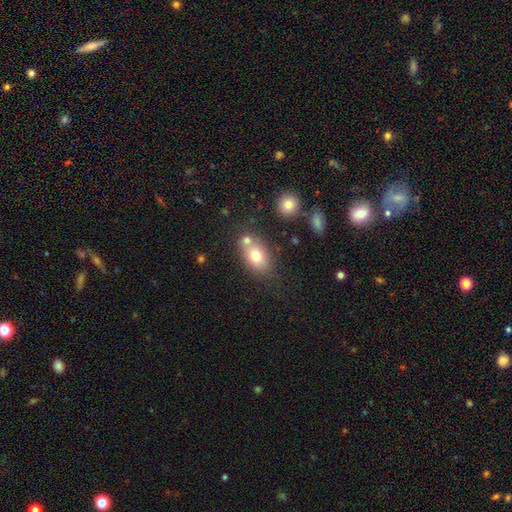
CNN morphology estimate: type=smooth (75%); roundness=in between (77%); merging=none (53%).